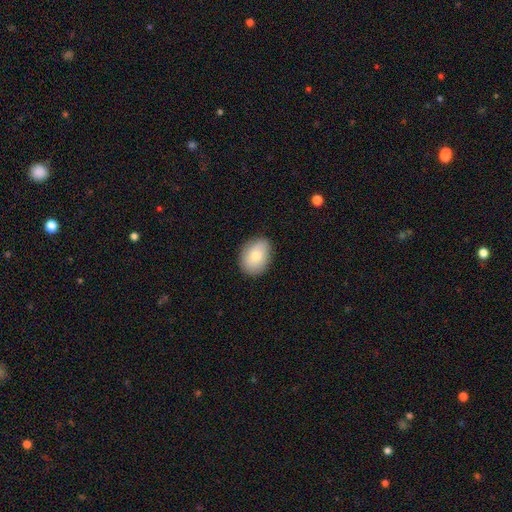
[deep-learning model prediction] This is likely a smooth galaxy (79%). How rounded: likely in between (69%). Merging: clearly none (86%).